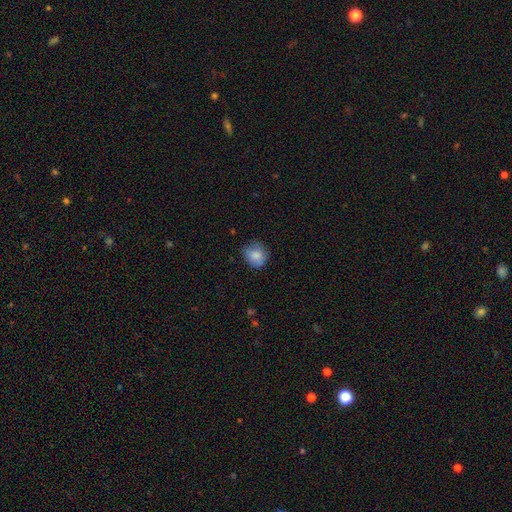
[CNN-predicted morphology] smooth-or-featured: smooth: 83% | featured or disk: 9% | star or artifact: 8%
  how-rounded: round: 75% | in between: 24% | cigar-shaped: 1%
  merging: none: 74% | minor disturbance: 20% | major disturbance: 5% | merger: 1%